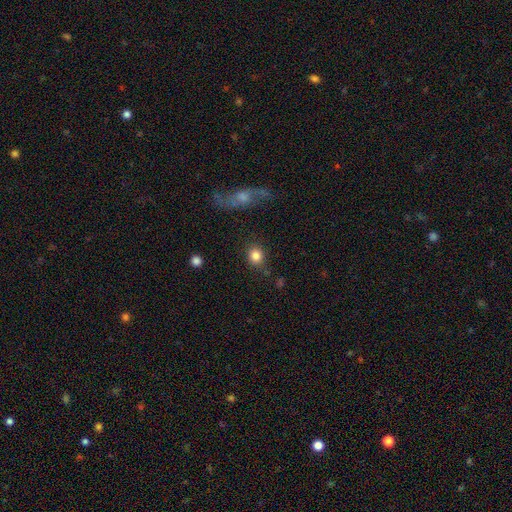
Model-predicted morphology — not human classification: type=smooth (84%); roundness=round (77%); merging=none (83%).